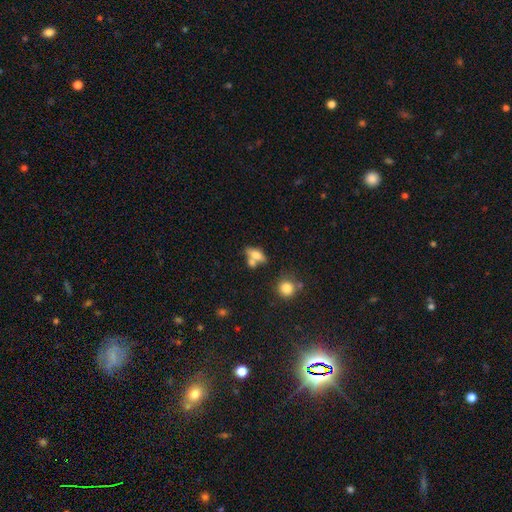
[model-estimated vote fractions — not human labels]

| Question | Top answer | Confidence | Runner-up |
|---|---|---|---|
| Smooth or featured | smooth | 67% | featured or disk (23%) |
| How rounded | in between | 77% | cigar-shaped (14%) |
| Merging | none | 45% | merger (36%) |